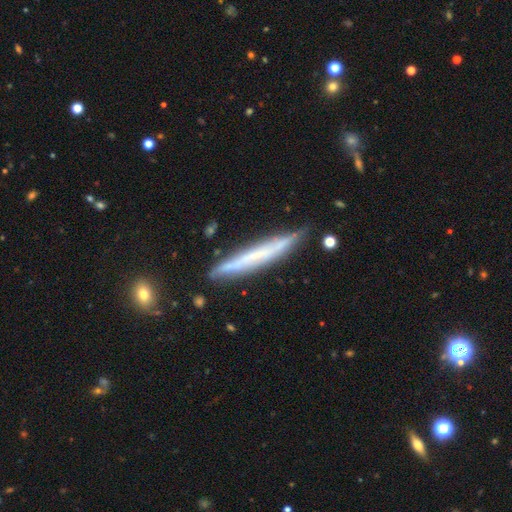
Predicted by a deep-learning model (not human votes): The model was most divided on "smooth or featured": featured or disk: 53%, smooth: 40%, star or artifact: 7%. More confident: edge-on disk — yes (92%); merging — none (81%).